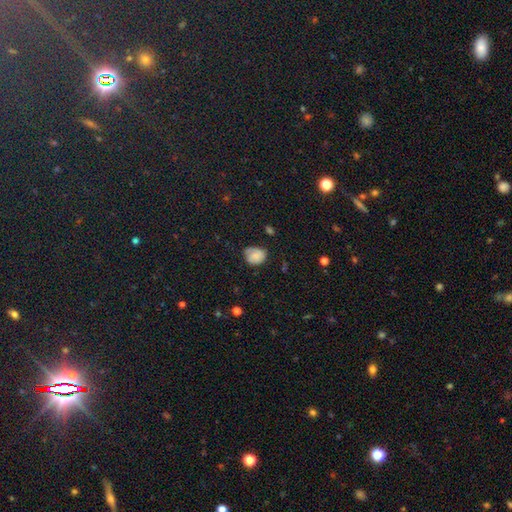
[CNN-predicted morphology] Smooth or featured? smooth (70%)
How rounded? round (55%)
Merging? none (54%)